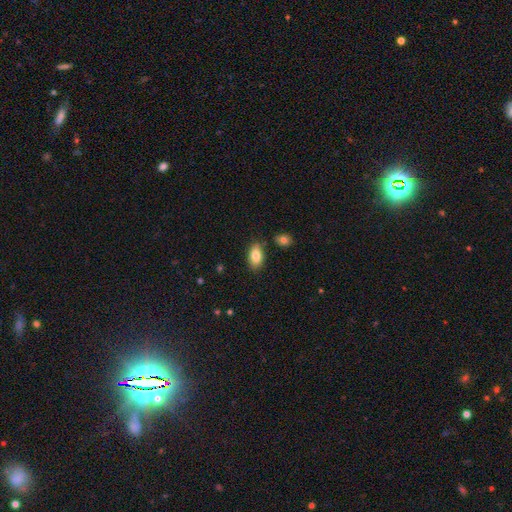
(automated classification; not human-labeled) Smooth or featured?
  - smooth: 83% *
  - featured or disk: 10%
  - star or artifact: 7%
How rounded?
  - in between: 92% *
  - round: 5%
  - cigar-shaped: 4%
Merging?
  - none: 80% *
  - minor disturbance: 13%
  - merger: 4%
  - major disturbance: 3%